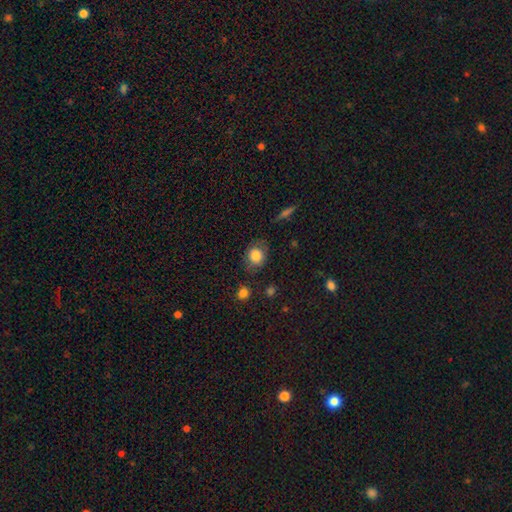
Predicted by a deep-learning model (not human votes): A smooth galaxy with no disk features (82%) that is round (65%). Merging: none (72%).